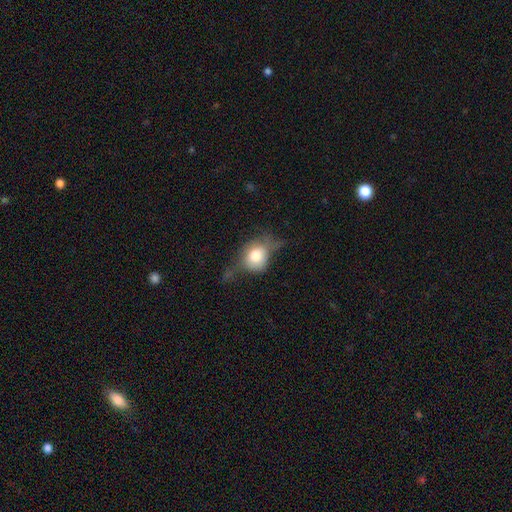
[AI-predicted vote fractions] Smooth or featured? smooth (62%)
How rounded? round (62%)
Merging? none (37%)